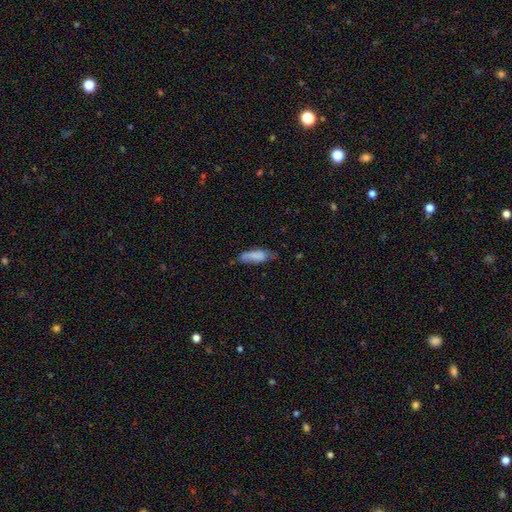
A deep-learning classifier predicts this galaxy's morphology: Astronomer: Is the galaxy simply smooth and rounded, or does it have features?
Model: smooth — 77%.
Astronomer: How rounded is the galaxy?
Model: in between — 55% (runner-up: cigar-shaped, 43%).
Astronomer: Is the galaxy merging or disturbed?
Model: none — 51% (runner-up: minor disturbance, 34%).